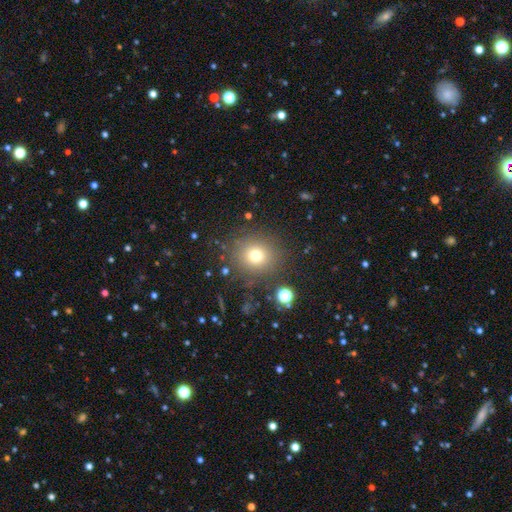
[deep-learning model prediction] smooth-or-featured: smooth: 73% | star or artifact: 16% | featured or disk: 10%
  how-rounded: round: 88% | in between: 11% | cigar-shaped: 1%
  merging: none: 84% | minor disturbance: 9% | major disturbance: 4% | merger: 3%